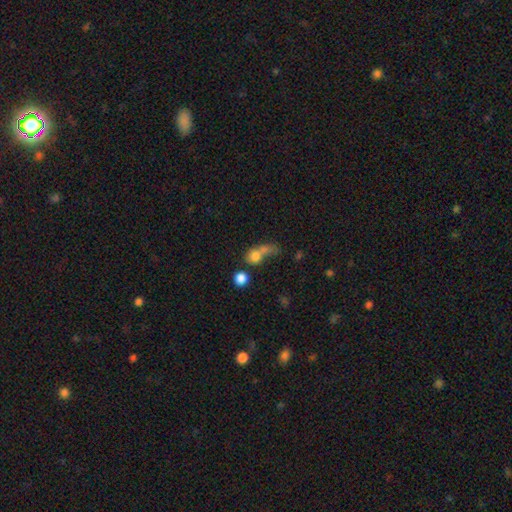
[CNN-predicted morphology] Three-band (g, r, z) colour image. It shows a smooth galaxy with no disk features (72%) that is round (66%). Merging: merger (52%).